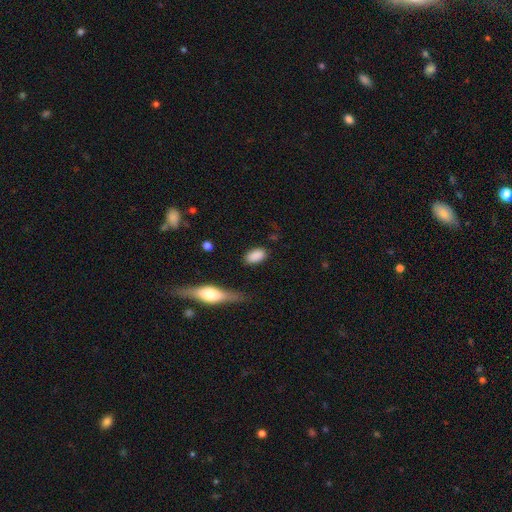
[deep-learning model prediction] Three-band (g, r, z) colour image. It shows a smooth galaxy with no disk features (87%) that is in between round and cigar-shaped (90%). Merging: none (80%).